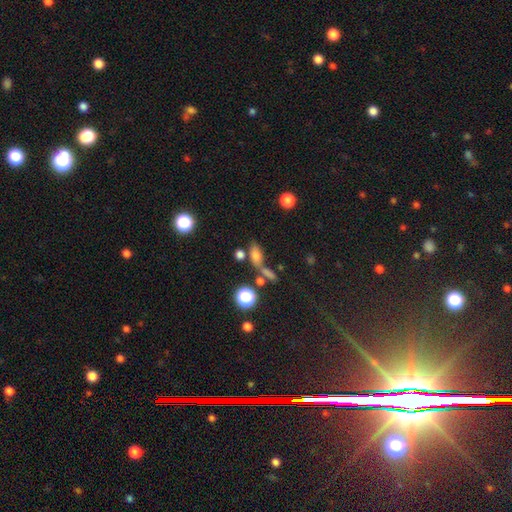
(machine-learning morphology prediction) This appears to be a smooth galaxy with no disk features (71%) that is in between round and cigar-shaped (70%). Merging: none (53%).